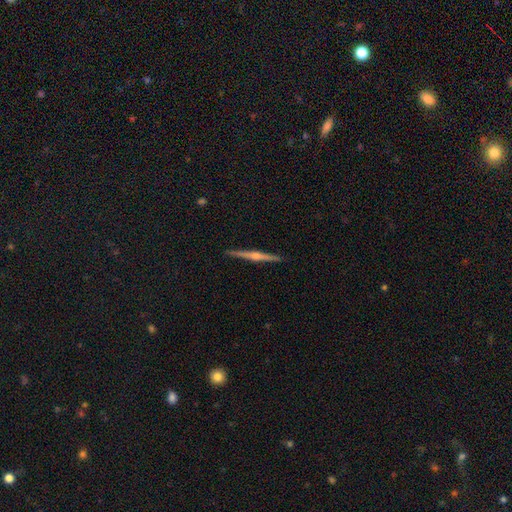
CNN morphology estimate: Smooth or featured: featured or disk — 80% (smooth — 14%)
Edge-on disk: yes — 98% (no — 2%)
Edge-on bulge: rounded — 82% (none — 10%)
Merging: none — 92% (minor disturbance — 6%)